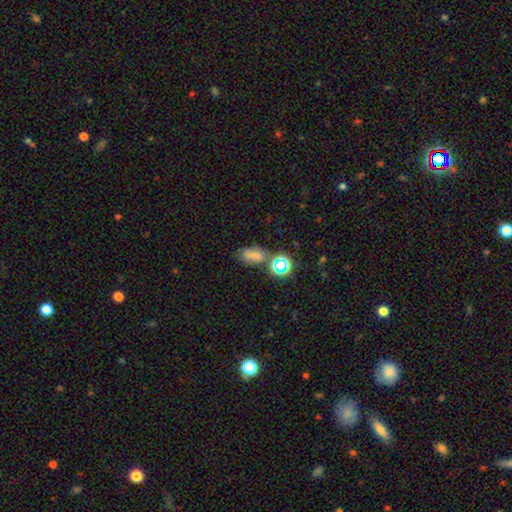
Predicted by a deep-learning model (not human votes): smooth 53%, star or artifact 31%, featured or disk 16%. Down the decision tree: how rounded — in between (76%); merging — none (57%).